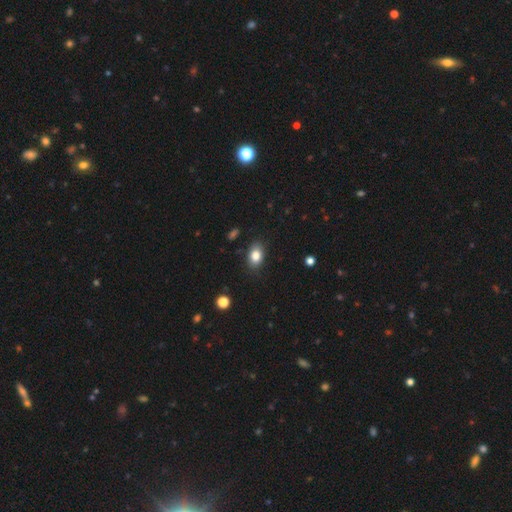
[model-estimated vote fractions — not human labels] This appears to be a smooth galaxy with no disk features (83%) that is in between round and cigar-shaped (82%). Merging: none (85%).